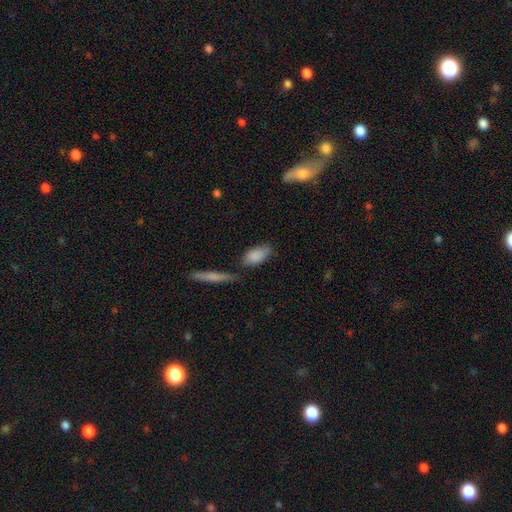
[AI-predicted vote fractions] smooth 85%, featured or disk 8%, star or artifact 7%. Down the decision tree: how rounded — in between (86%); merging — none (61%).